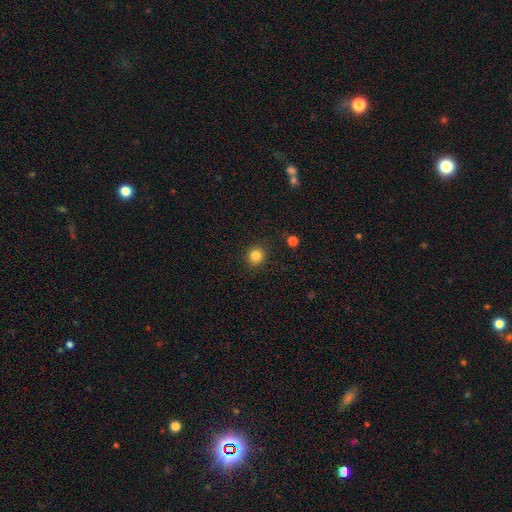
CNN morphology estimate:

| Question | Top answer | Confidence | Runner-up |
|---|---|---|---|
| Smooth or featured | smooth | 83% | star or artifact (12%) |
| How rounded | round | 90% | in between (9%) |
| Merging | none | 89% | minor disturbance (7%) |